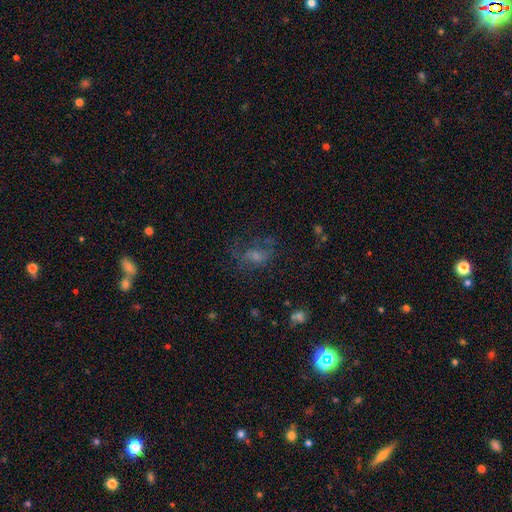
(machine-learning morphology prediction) smooth_or_featured: smooth (p=0.37) [alt: featured or disk p=0.34]
merging: none (p=0.49) [alt: major disturbance p=0.28]